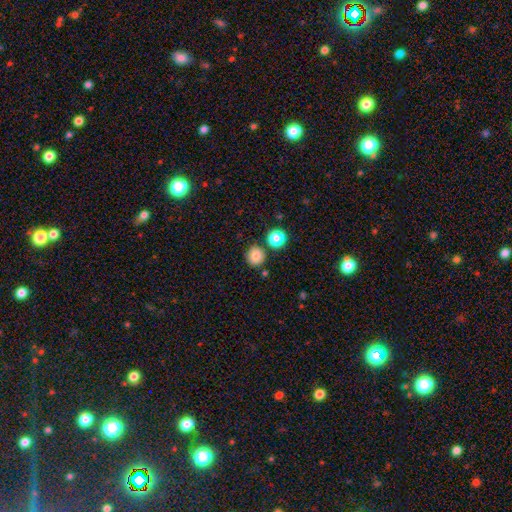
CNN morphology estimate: Smooth or featured?
  - smooth: 83% *
  - star or artifact: 13%
  - featured or disk: 5%
How rounded?
  - round: 90% *
  - in between: 9%
  - cigar-shaped: 1%
Merging?
  - none: 82% *
  - minor disturbance: 8%
  - merger: 7%
  - major disturbance: 3%